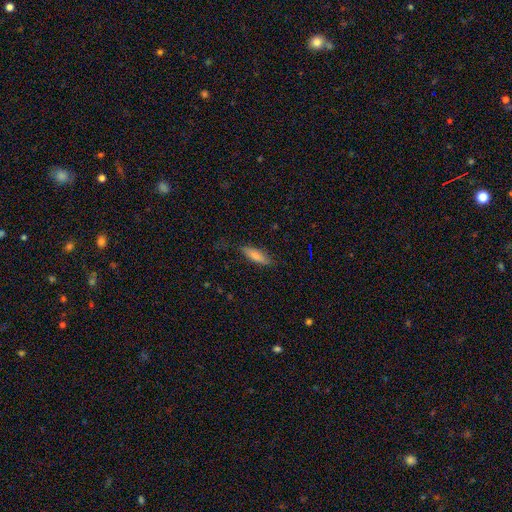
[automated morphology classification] smooth_or_featured: smooth (p=0.77) [alt: featured or disk p=0.16]
how_rounded: in between (p=0.53) [alt: cigar-shaped p=0.45]
merging: none (p=0.77) [alt: minor disturbance p=0.17]